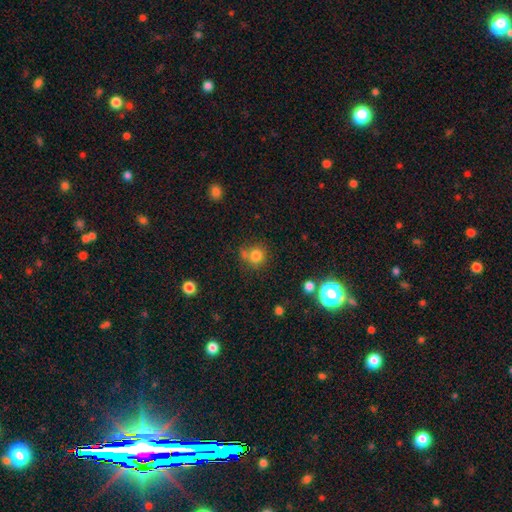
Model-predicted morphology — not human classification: smooth 79%, star or artifact 14%, featured or disk 7%. Down the decision tree: how rounded — round (87%); merging — none (62%).